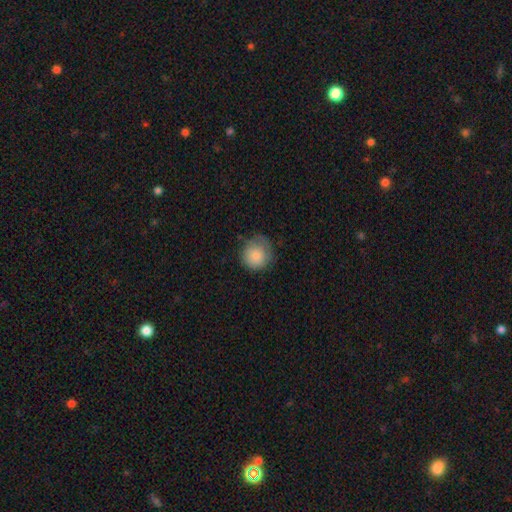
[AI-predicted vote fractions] This is clearly a smooth galaxy (85%). How rounded: clearly round (89%). Merging: likely none (64%).